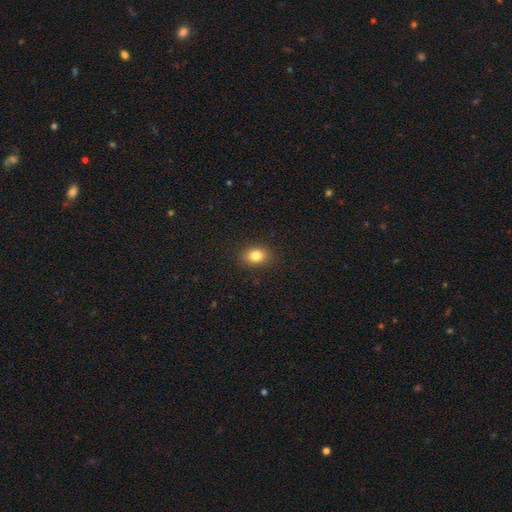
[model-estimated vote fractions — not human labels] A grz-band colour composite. It shows a smooth galaxy with no disk features (83%) that is in between round and cigar-shaped (69%). Merging: none (89%).